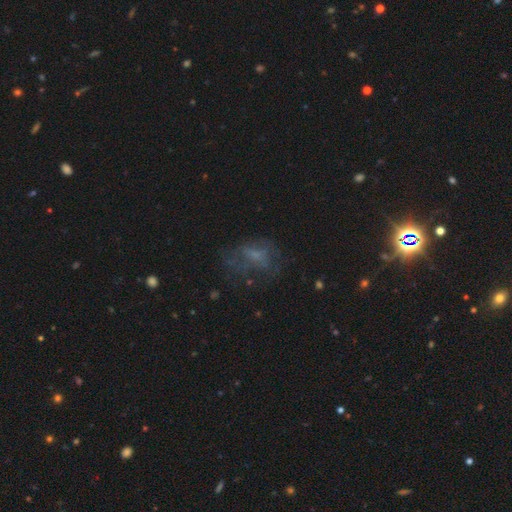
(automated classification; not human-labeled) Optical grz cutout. It shows a featured or disk galaxy (42%). Merging: none (48%).